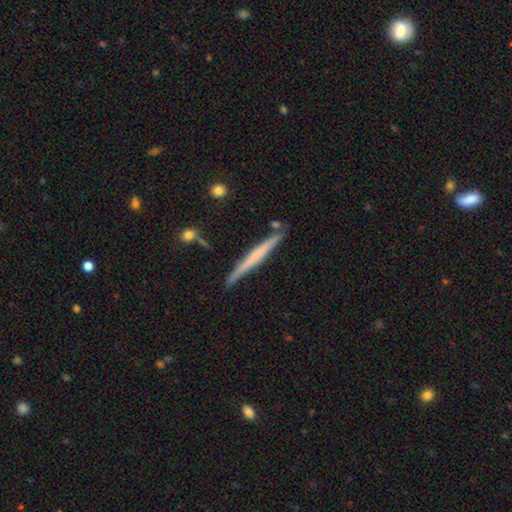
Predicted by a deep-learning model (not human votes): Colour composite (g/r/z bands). It shows a featured or disk galaxy (52%) viewed edge-on (97%) with no central bulge (72%). Merging: none (85%).